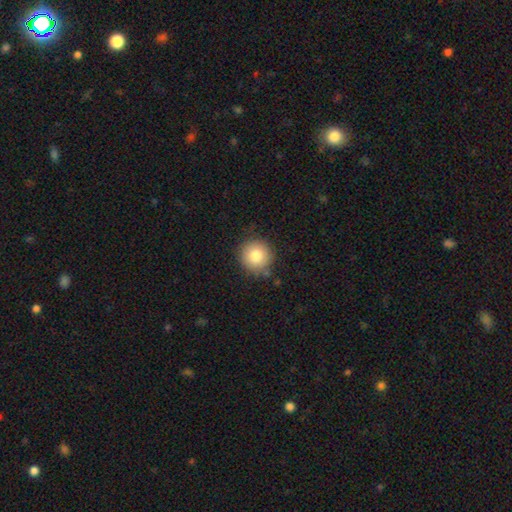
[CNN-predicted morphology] Smooth or featured? smooth (81%)
How rounded? round (94%)
Merging? none (85%)